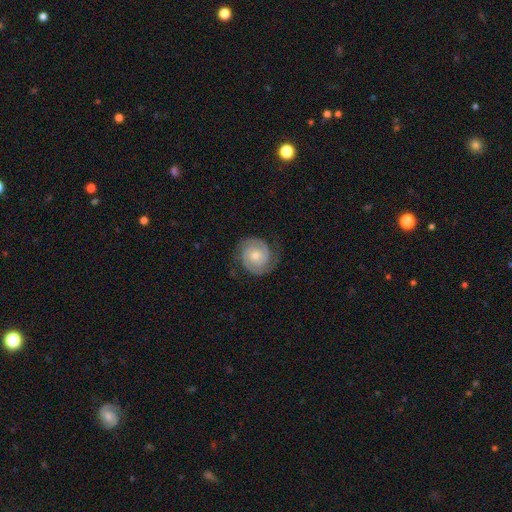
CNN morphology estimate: type=featured or disk (85%); edge-on=no (98%); bar=no (71%); spiral arms=yes (97%); winding=tight (69%); arm count=2 (88%); bulge=moderate (50%); merging=none (80%).